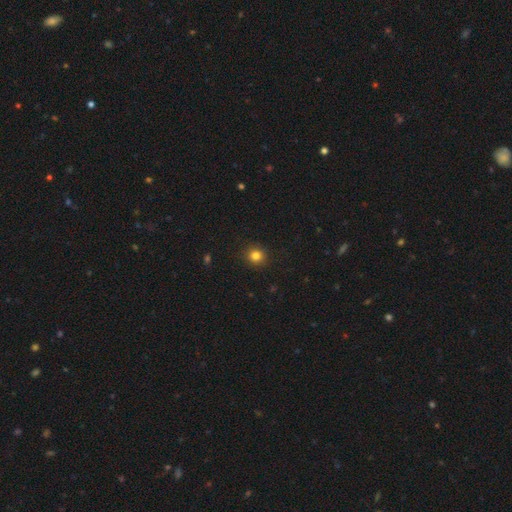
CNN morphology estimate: smooth-or-featured: smooth: 83% | star or artifact: 13% | featured or disk: 5%
  how-rounded: round: 90% | in between: 9% | cigar-shaped: 1%
  merging: none: 92% | minor disturbance: 5% | major disturbance: 2% | merger: 1%